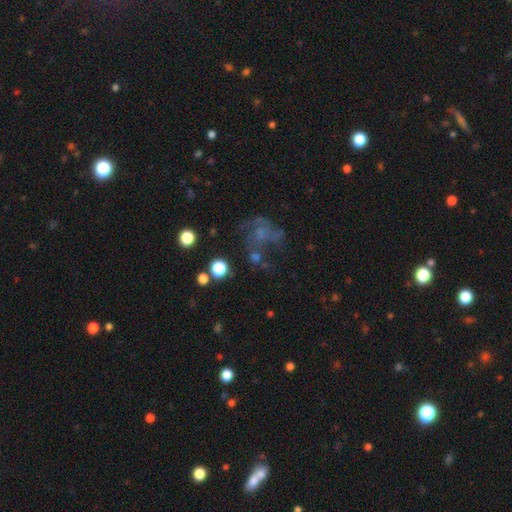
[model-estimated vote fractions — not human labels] Smooth or featured: featured or disk — 43% (smooth — 31%)
Merging: none — 40% (major disturbance — 31%)